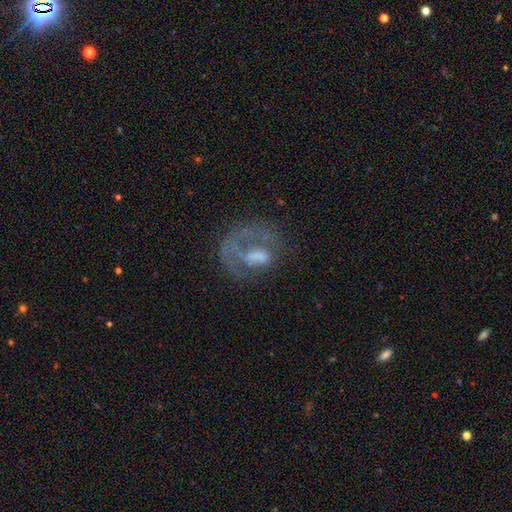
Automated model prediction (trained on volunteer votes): Smooth or featured? featured or disk (63%)
Edge-on disk? no (97%)
Bar? no (62%)
Spiral arms? no (53%)
Bulge size? moderate (37%)
Merging? none (41%)